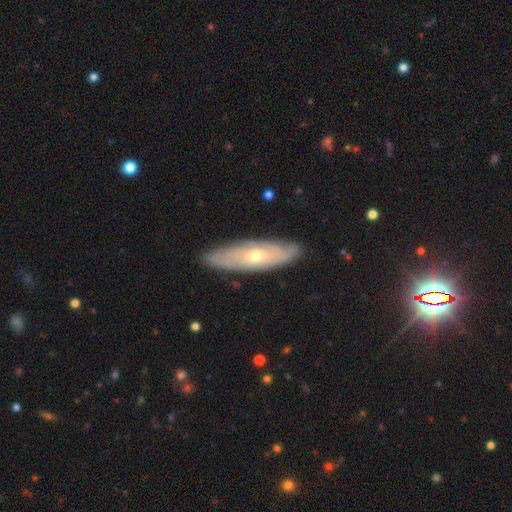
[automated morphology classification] Smooth or featured? featured or disk (63%)
Edge-on disk? no (62%)
Merging? none (85%)